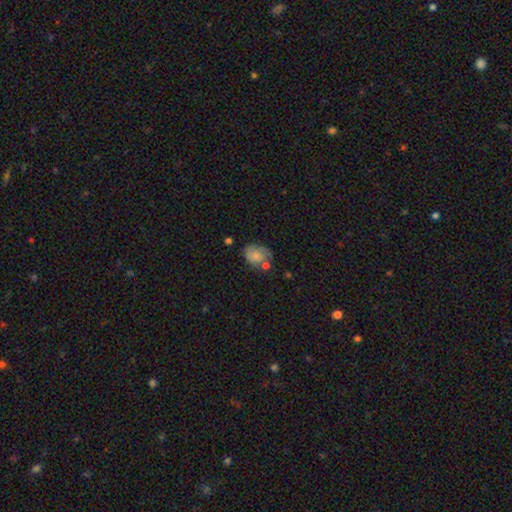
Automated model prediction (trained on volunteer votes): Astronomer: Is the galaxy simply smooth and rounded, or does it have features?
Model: smooth — 63%.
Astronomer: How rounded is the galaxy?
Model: in between — 63%.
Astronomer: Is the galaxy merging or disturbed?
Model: none — 42% (runner-up: minor disturbance, 28%).